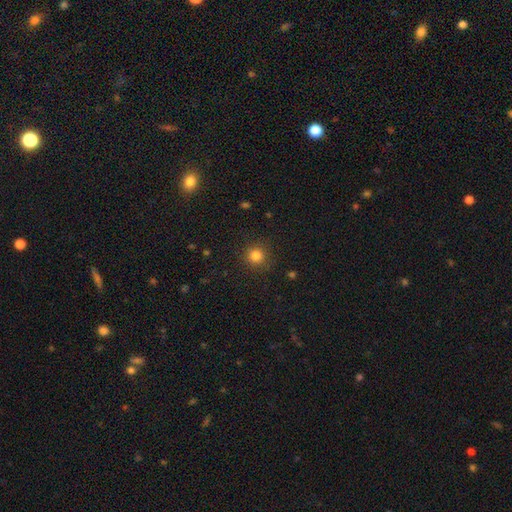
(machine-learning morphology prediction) The model was most divided on "smooth or featured": smooth: 83%, star or artifact: 13%, featured or disk: 4%. More confident: how rounded — round (94%); merging — none (89%).